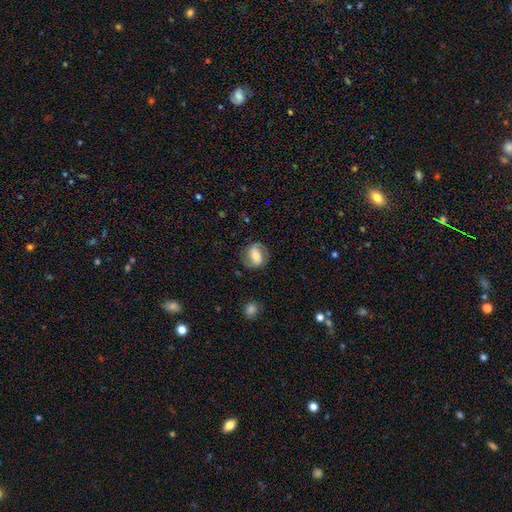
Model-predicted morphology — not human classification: featured or disk 48%, smooth 45%, star or artifact 8%. Down the decision tree: merging — none (76%).